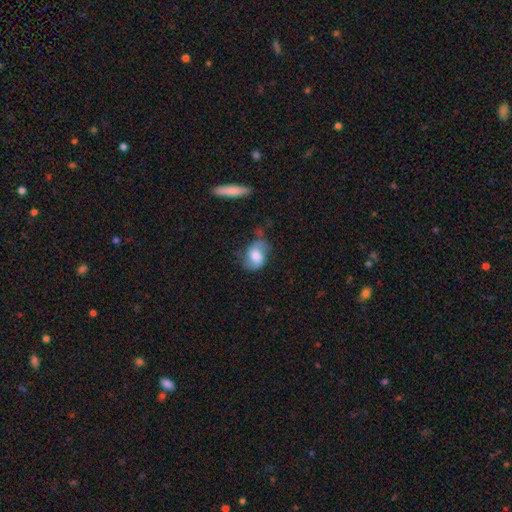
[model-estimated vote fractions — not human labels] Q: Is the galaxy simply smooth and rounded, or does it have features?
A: smooth — 63%.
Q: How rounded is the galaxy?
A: in between — 72%.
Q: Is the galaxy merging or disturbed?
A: none — 48%.